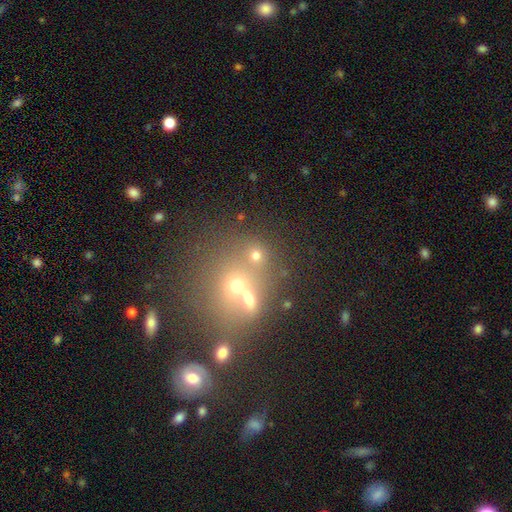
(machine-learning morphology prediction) smooth-or-featured: smooth: 64% | star or artifact: 23% | featured or disk: 13%
  how-rounded: round: 77% | in between: 21% | cigar-shaped: 2%
  merging: none: 50% | merger: 37% | minor disturbance: 8% | major disturbance: 5%